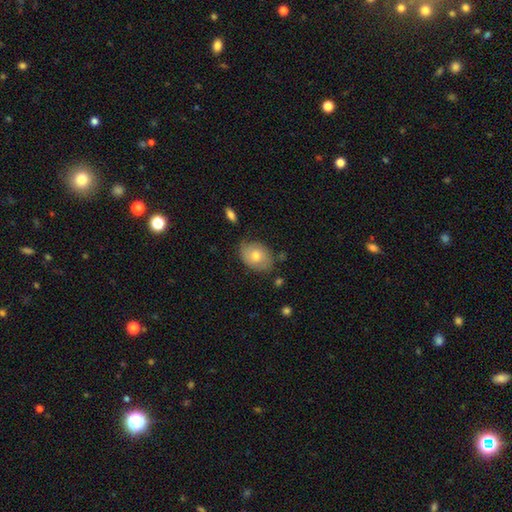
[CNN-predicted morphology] smooth 65%, featured or disk 27%, star or artifact 8%. Down the decision tree: how rounded — in between (70%); merging — none (71%).